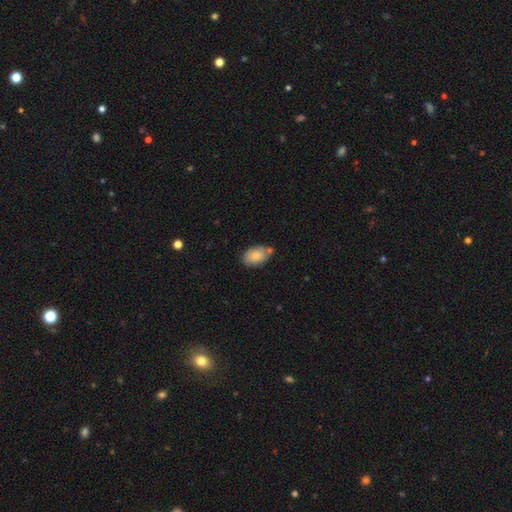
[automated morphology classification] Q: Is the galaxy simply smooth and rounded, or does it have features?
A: smooth — 79%.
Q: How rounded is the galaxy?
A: in between — 87%.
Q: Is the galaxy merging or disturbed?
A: none — 66%.